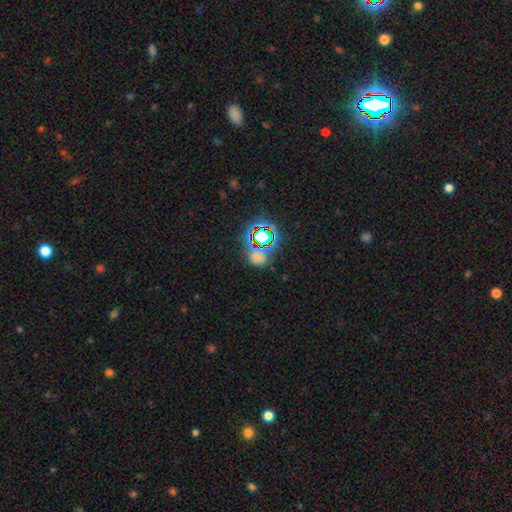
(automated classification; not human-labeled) Overall: star or artifact (59%; smooth 31%).